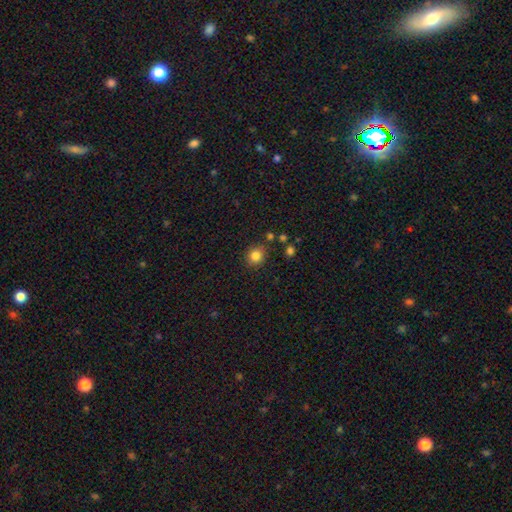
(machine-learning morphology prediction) This is clearly a smooth galaxy (84%). How rounded: clearly round (84%). Merging: clearly none (84%).